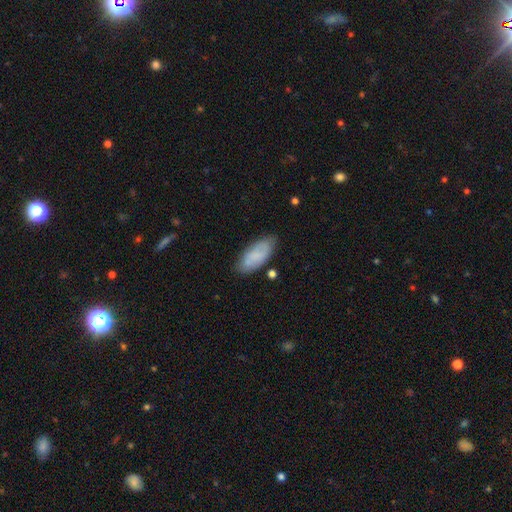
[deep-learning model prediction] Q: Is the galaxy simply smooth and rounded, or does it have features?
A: smooth — 76%.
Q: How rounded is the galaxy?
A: in between — 88%.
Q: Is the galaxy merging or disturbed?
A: none — 75%.